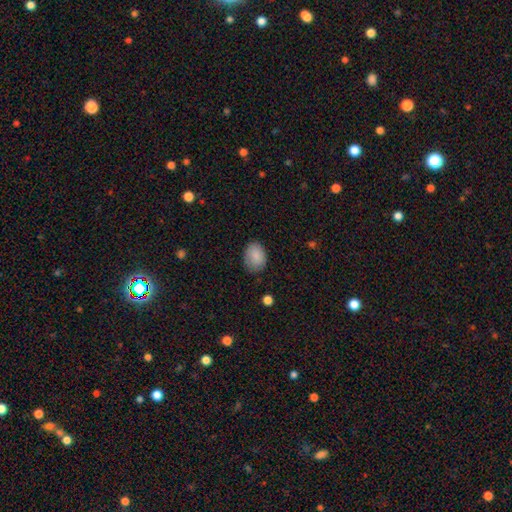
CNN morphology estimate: type=smooth (88%); roundness=in between (73%); merging=none (76%).